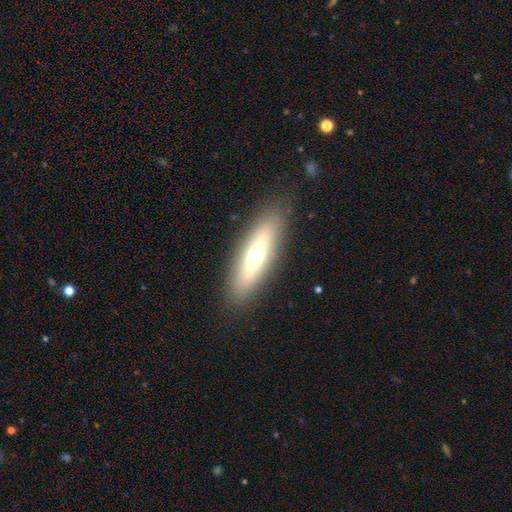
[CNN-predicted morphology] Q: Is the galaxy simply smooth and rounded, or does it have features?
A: smooth — 58%.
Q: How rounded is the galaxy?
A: cigar-shaped — 62%.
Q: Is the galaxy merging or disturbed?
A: none — 87%.